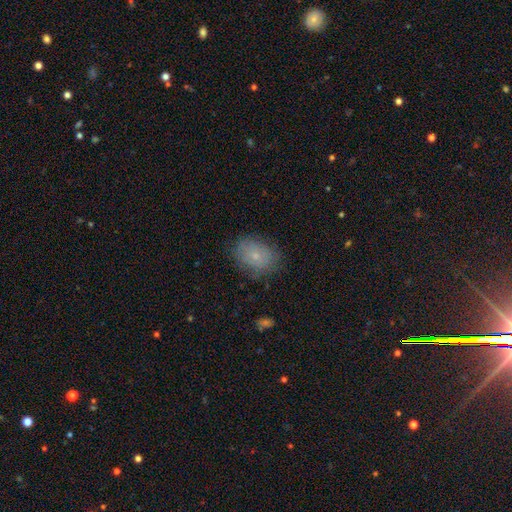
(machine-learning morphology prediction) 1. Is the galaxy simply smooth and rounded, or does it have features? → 72% smooth, 18% featured or disk, 10% star or artifact.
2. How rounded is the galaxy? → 72% in between, 26% round, 1% cigar-shaped.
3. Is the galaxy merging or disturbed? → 77% none, 17% minor disturbance, 5% major disturbance, 1% merger.